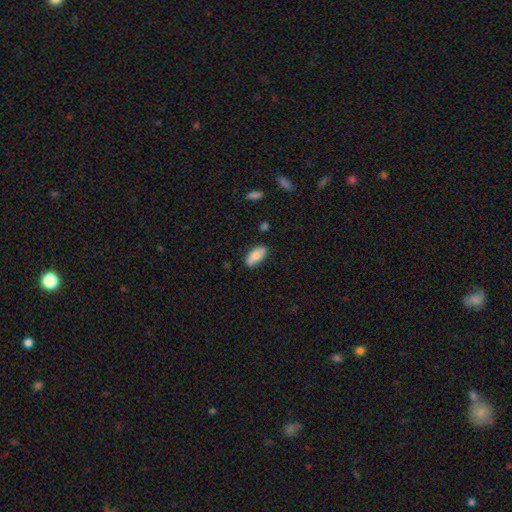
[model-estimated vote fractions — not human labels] Overall: smooth (77%). How rounded: in between (89%). Merging: none (80%).